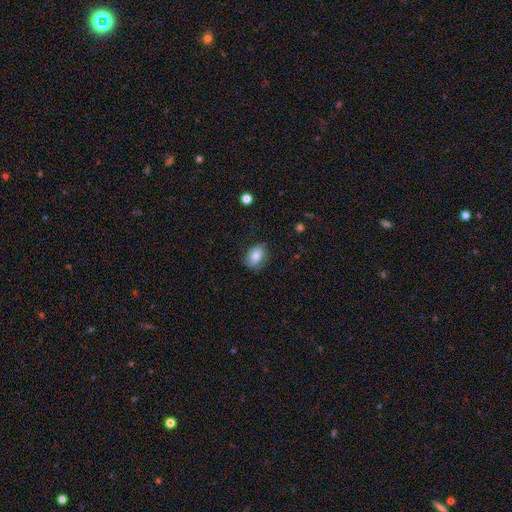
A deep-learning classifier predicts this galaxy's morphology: Q: Smooth or featured?
A: smooth (76%); runner-up: featured or disk (16%)
Q: How rounded?
A: in between (74%); runner-up: round (25%)
Q: Merging?
A: none (73%); runner-up: minor disturbance (21%)